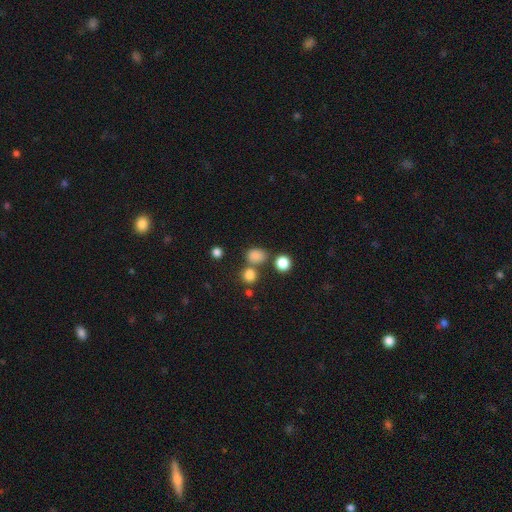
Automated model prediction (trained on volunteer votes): Smooth or featured? Predicted: smooth (p=0.80). How rounded? Predicted: round (p=0.55). Merging? Predicted: none (p=0.63).